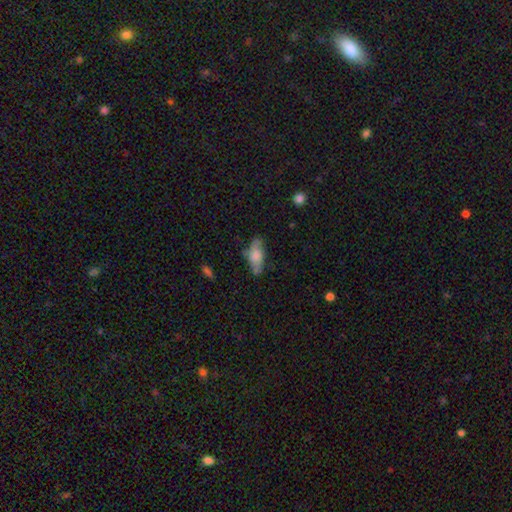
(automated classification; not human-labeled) Overall: smooth (62%; featured or disk 31%). How rounded: in between (74%). Merging: none (64%; minor disturbance 25%).